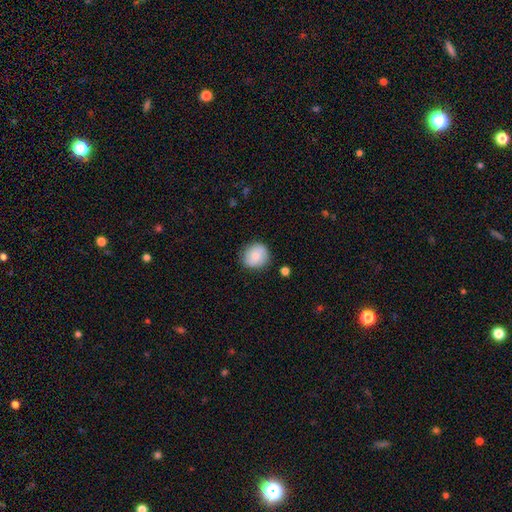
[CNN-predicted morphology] This is likely a smooth galaxy (79%). How rounded: clearly round (85%). Merging: clearly none (81%).